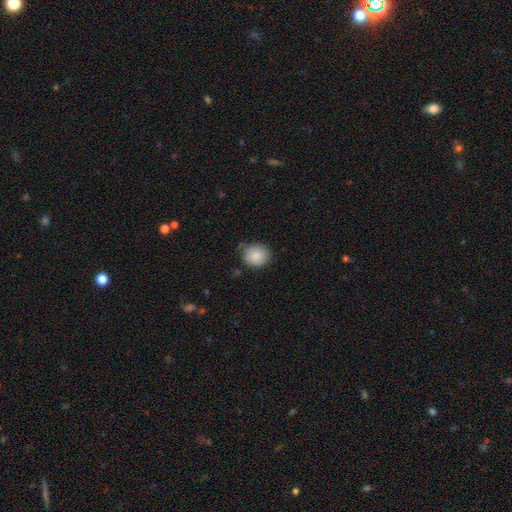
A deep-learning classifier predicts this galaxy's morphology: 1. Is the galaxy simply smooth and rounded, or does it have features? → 87% smooth, 8% star or artifact, 6% featured or disk.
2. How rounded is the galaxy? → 77% round, 22% in between, 1% cigar-shaped.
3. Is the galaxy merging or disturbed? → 68% none, 24% minor disturbance, 5% major disturbance, 3% merger.